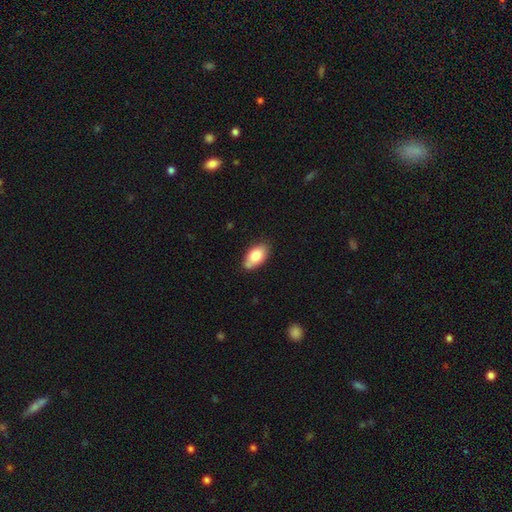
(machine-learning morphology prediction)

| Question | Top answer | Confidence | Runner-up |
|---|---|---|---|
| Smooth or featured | smooth | 80% | featured or disk (13%) |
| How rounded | in between | 92% | round (4%) |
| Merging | none | 75% | minor disturbance (19%) |